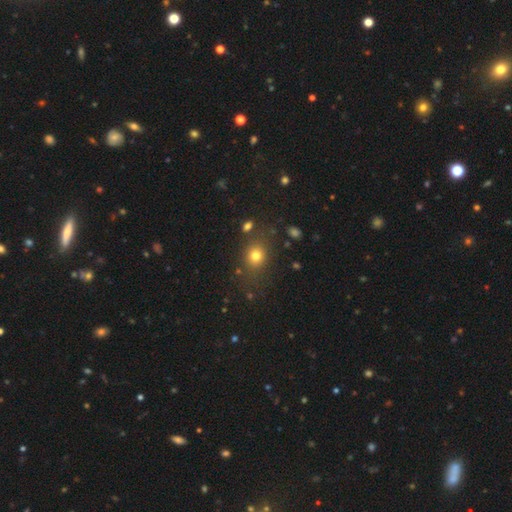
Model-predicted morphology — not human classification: A smooth galaxy with no disk features (76%) that is round (65%). Merging: none (77%).